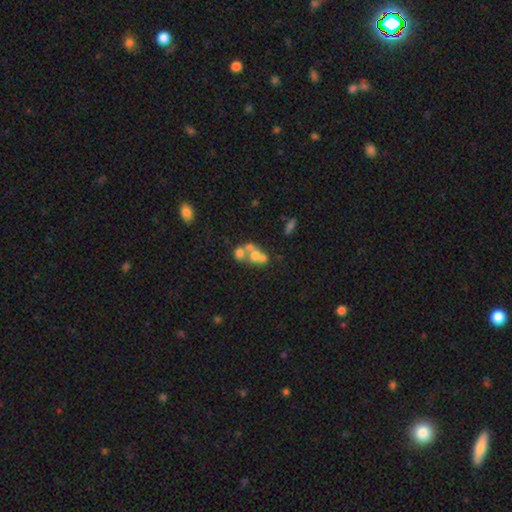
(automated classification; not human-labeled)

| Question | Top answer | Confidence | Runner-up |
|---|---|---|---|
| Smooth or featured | smooth | 50% | featured or disk (35%) |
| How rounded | round | 63% | in between (36%) |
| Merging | merger | 61% | none (26%) |